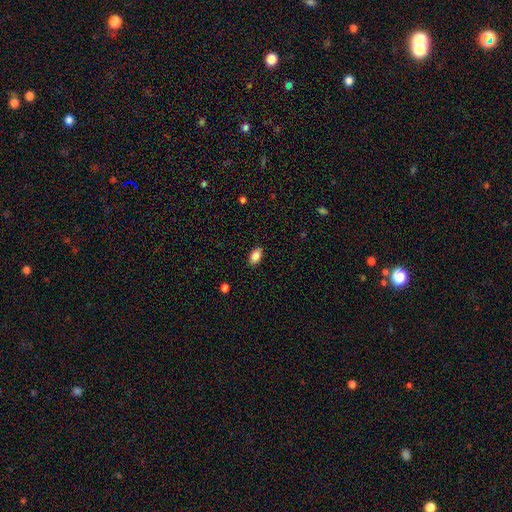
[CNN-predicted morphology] A smooth galaxy with no disk features (86%) that is in between round and cigar-shaped (91%).

Vote fractions:
- Smooth or featured? smooth: 86% / star or artifact: 8% / featured or disk: 6%
- How rounded? in between: 91% / round: 7% / cigar-shaped: 2%
- Merging? none: 88% / minor disturbance: 9% / major disturbance: 2% / merger: 1%